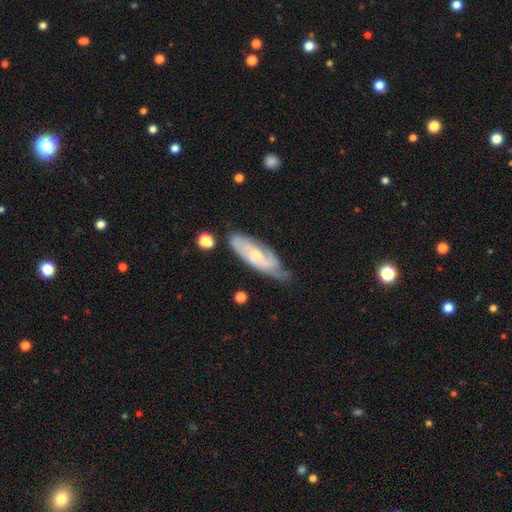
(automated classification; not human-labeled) Smooth or featured?
  - featured or disk: 70% *
  - smooth: 24%
  - star or artifact: 6%
Edge-on disk?
  - no: 85% *
  - yes: 15%
Bar?
  - no: 61% *
  - weak: 32%
  - strong: 7%
Spiral arms?
  - yes: 89% *
  - no: 11%
Spiral winding?
  - tight: 48% *
  - medium: 38%
  - loose: 14%
Spiral arm count?
  - can't tell: 39% *
  - 2: 37%
  - 3: 13%
  - 1: 5%
  - 4: 4%
  - more than 4: 2%
Bulge size?
  - small: 58% *
  - moderate: 37%
  - none: 3%
  - large: 2%
  - dominant: 1%
Merging?
  - none: 58% *
  - minor disturbance: 30%
  - major disturbance: 9%
  - merger: 3%